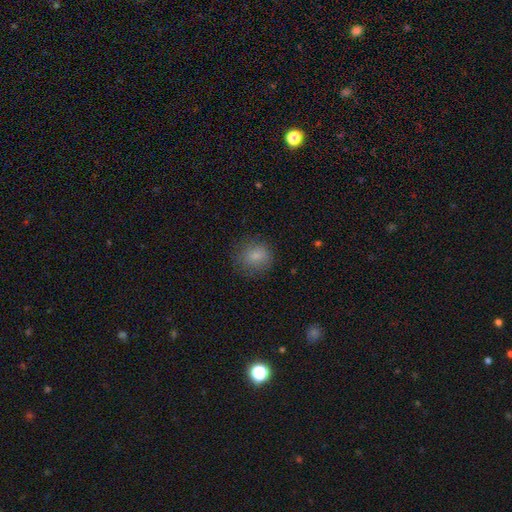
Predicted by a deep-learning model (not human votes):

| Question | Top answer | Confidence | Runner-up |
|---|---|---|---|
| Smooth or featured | smooth | 82% | star or artifact (10%) |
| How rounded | round | 71% | in between (28%) |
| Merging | none | 75% | minor disturbance (17%) |